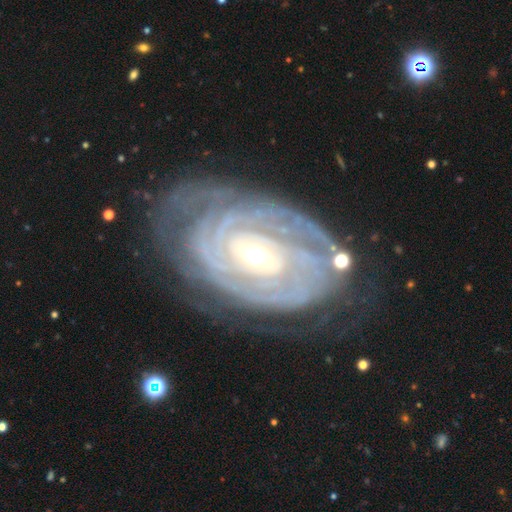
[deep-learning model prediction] smooth_or_featured: featured or disk (p=0.90) [alt: smooth p=0.05]
disk_edge_on: no (p=0.96) [alt: yes p=0.04]
bar: no (p=0.39) [tied with: weak p=0.39]
has_spiral_arms: yes (p=0.97) [alt: no p=0.03]
spiral_winding: tight (p=0.84) [alt: medium p=0.14]
spiral_arm_count: can't tell (p=0.30) [alt: 2 p=0.21]
bulge_size: small (p=0.48) [tied with: moderate p=0.48]
merging: none (p=0.72) [alt: minor disturbance p=0.18]